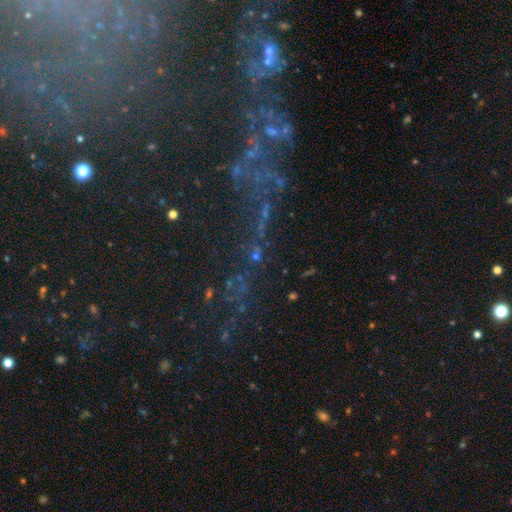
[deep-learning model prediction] Smooth or featured?
  - star or artifact: 54% *
  - featured or disk: 26%
  - smooth: 20%